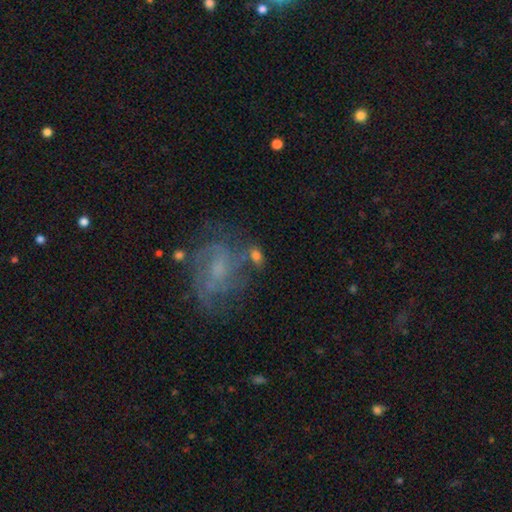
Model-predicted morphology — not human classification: The model was most divided on "smooth or featured": smooth: 56%, featured or disk: 32%, star or artifact: 12%. More confident: how rounded — in between (72%); merging — none (53%).